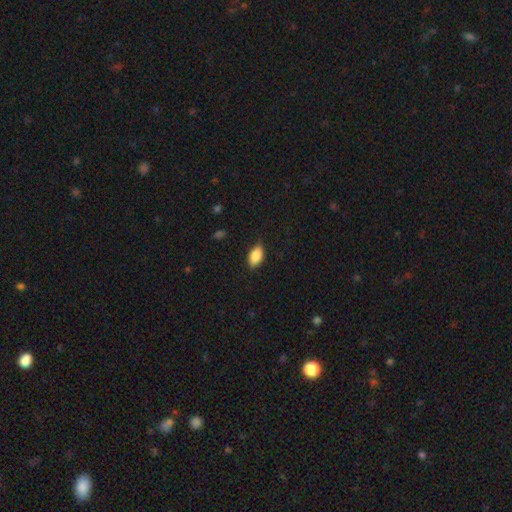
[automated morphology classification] smooth 87%, star or artifact 7%, featured or disk 6%. Down the decision tree: how rounded — in between (91%); merging — none (84%).